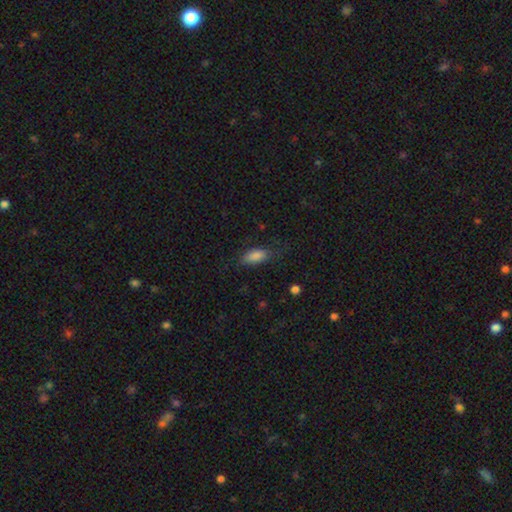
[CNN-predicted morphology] Smooth or featured? smooth (84%)
How rounded? in between (83%)
Merging? none (69%)